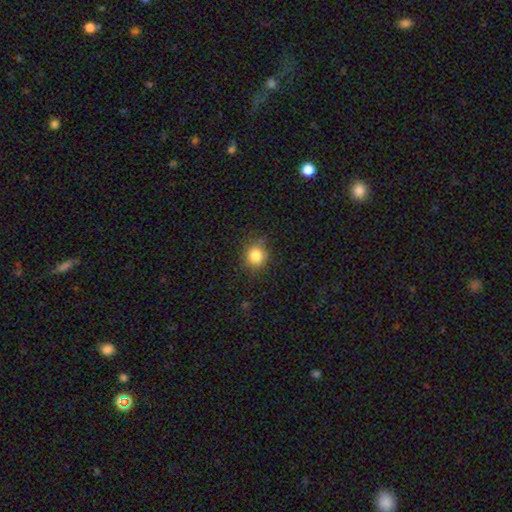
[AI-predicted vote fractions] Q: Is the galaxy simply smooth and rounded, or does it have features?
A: smooth — 83%.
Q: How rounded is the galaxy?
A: round — 86%.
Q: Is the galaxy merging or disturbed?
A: none — 82%.